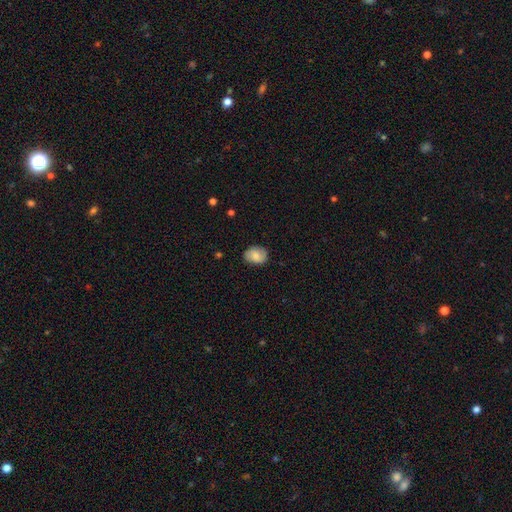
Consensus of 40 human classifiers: Smooth or featured? 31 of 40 (78%) said smooth. How rounded? 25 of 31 (81%) said in between. Merging? 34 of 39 (87%) said none.